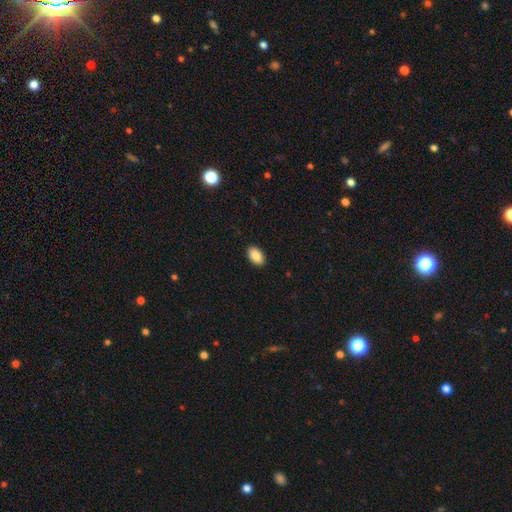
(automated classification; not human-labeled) Overall: smooth (88%). How rounded: in between (92%). Merging: none (91%).